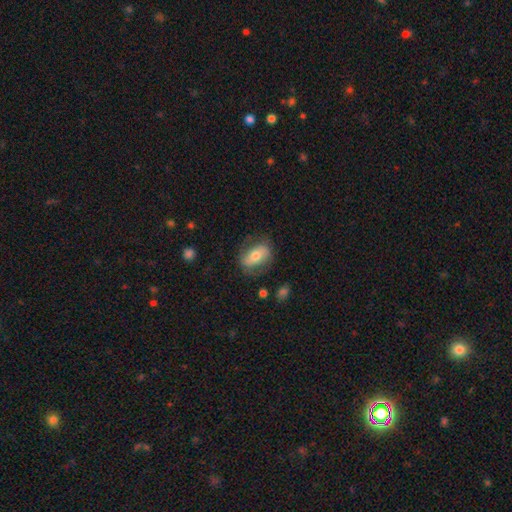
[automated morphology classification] Smooth or featured?
  - smooth: 57% *
  - featured or disk: 36%
  - star or artifact: 7%
How rounded?
  - in between: 83% *
  - round: 13%
  - cigar-shaped: 4%
Merging?
  - none: 70% *
  - minor disturbance: 19%
  - major disturbance: 9%
  - merger: 2%